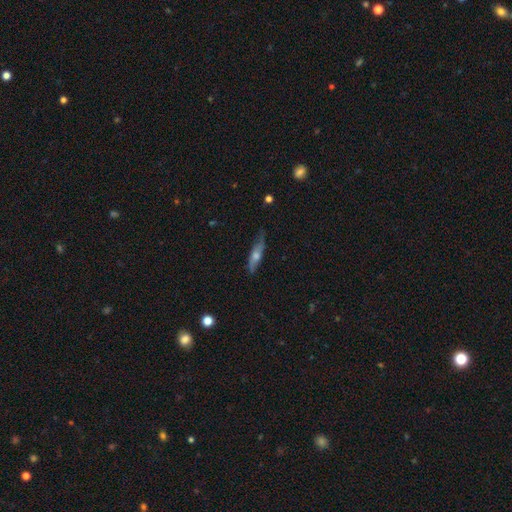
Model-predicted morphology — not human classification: This is possibly a featured or disk galaxy (51%). It is likely viewed edge-on (75%). Merging: likely none (71%).